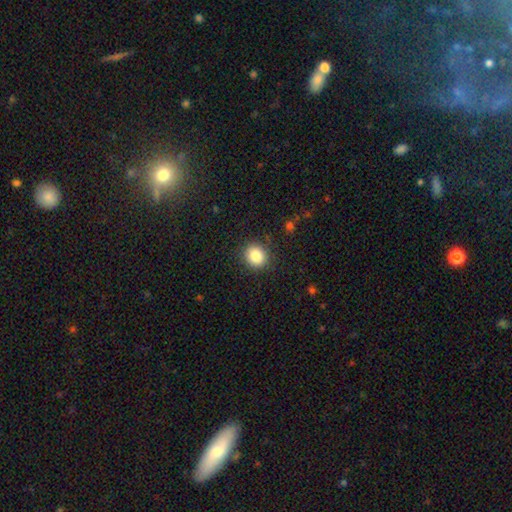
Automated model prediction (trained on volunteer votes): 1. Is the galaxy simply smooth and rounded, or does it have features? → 85% smooth, 10% star or artifact, 5% featured or disk.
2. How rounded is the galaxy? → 79% round, 20% in between, 1% cigar-shaped.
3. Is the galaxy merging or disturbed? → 88% none, 8% minor disturbance, 3% major disturbance, 1% merger.